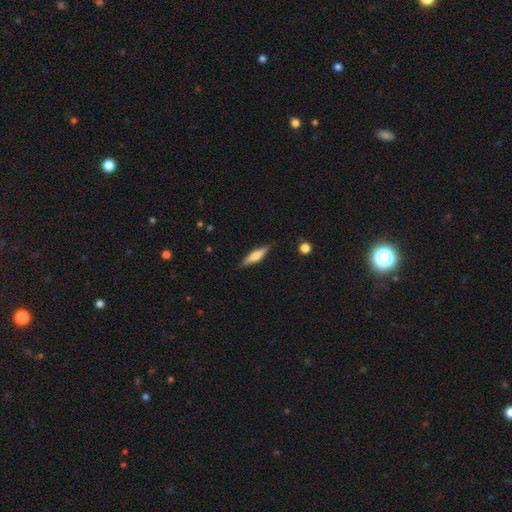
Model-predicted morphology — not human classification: smooth-or-featured: smooth: 58% | featured or disk: 36% | star or artifact: 6%
  how-rounded: cigar-shaped: 74% | in between: 25% | round: 2%
  merging: none: 85% | minor disturbance: 11% | major disturbance: 2% | merger: 1%